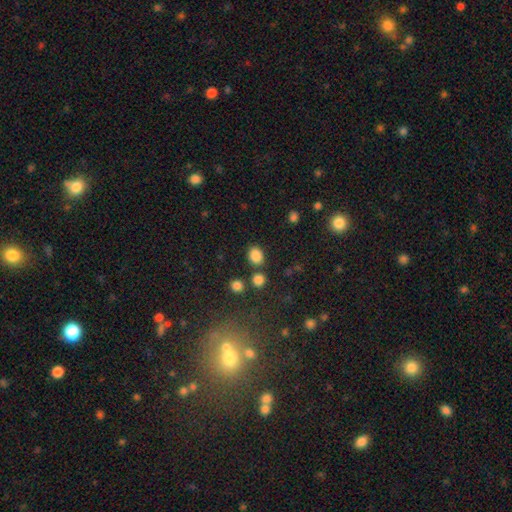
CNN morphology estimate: type=smooth (84%); roundness=round (54%); merging=none (77%).